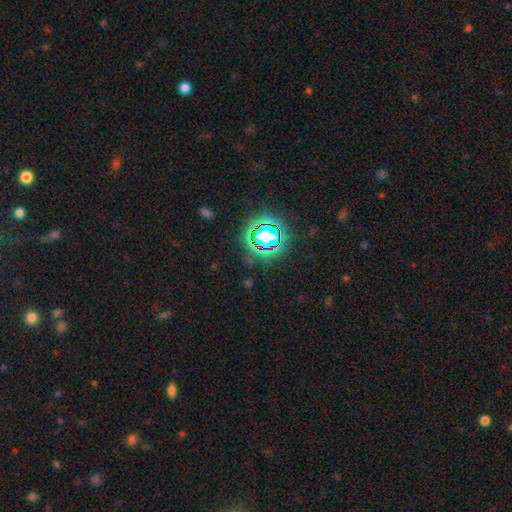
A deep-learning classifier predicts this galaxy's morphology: Q: Smooth or featured?
A: star or artifact (80%); runner-up: smooth (13%)